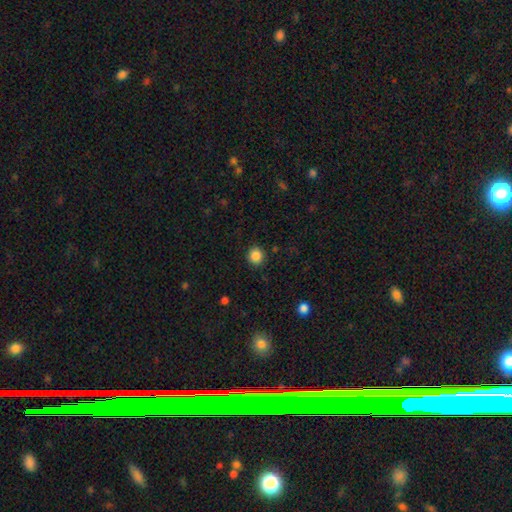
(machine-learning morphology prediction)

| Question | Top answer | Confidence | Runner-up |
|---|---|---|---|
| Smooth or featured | smooth | 86% | star or artifact (11%) |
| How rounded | round | 91% | in between (8%) |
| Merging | none | 91% | minor disturbance (6%) |